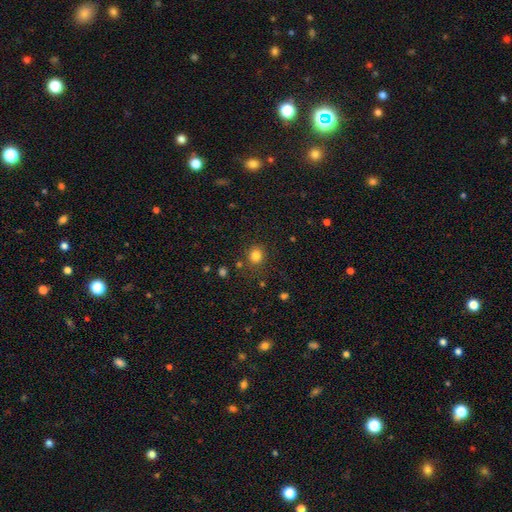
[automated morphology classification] smooth-or-featured: smooth: 81% | star or artifact: 13% | featured or disk: 5%
  how-rounded: round: 82% | in between: 17% | cigar-shaped: 1%
  merging: none: 82% | minor disturbance: 10% | merger: 4% | major disturbance: 4%